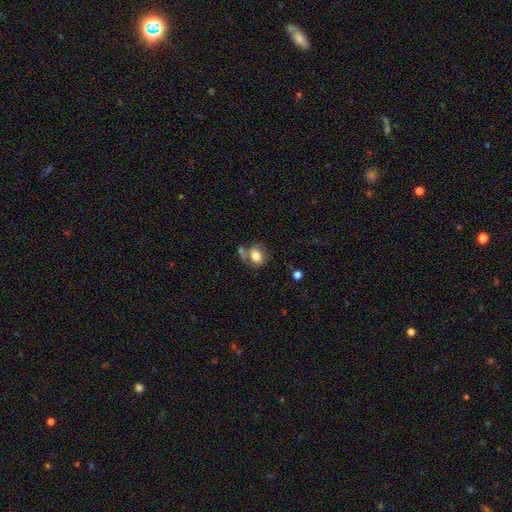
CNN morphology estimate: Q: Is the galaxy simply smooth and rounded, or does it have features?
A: smooth — 77%.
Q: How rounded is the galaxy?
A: in between — 51%.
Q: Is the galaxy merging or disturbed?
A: none — 54%.